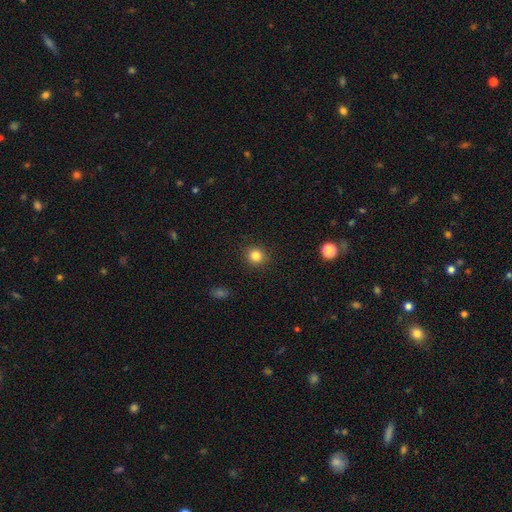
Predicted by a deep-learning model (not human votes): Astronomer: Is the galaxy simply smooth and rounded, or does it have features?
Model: smooth — 84%.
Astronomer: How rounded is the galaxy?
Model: round — 89%.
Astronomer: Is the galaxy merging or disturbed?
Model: none — 91%.